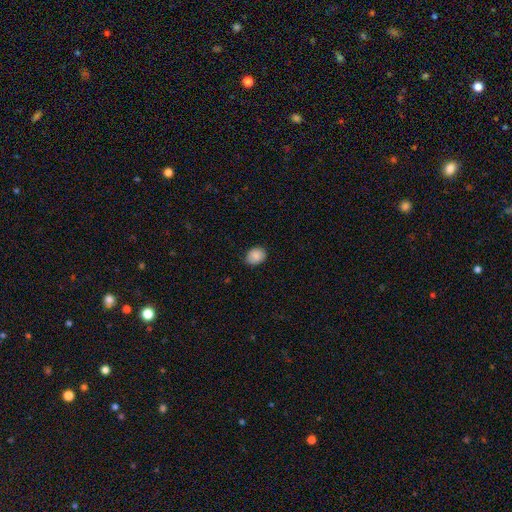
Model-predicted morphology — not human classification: smooth_or_featured: smooth (p=0.87) [alt: star or artifact p=0.08]
how_rounded: in between (p=0.53) [alt: round p=0.46]
merging: none (p=0.75) [alt: minor disturbance p=0.21]